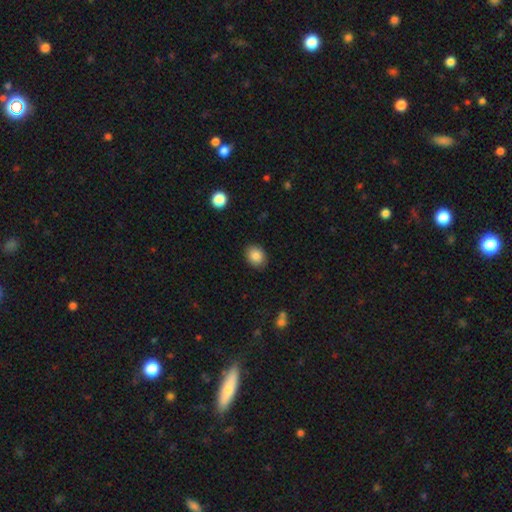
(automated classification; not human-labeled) Q: Smooth or featured?
A: smooth (86%); runner-up: star or artifact (8%)
Q: How rounded?
A: in between (54%); runner-up: round (45%)
Q: Merging?
A: none (87%); runner-up: minor disturbance (10%)